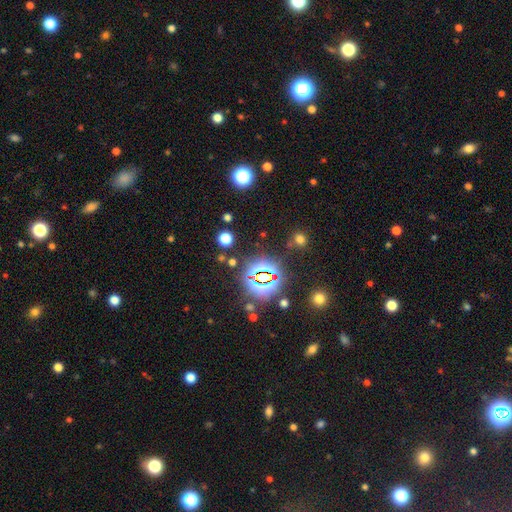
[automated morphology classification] smooth_or_featured: star or artifact (p=0.81) [alt: smooth p=0.13]